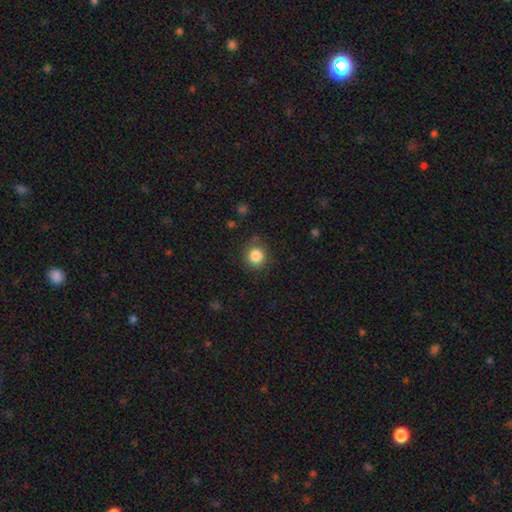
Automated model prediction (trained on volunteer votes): Smooth or featured: smooth — 85% (star or artifact — 11%)
How rounded: round — 89% (in between — 10%)
Merging: none — 84% (minor disturbance — 11%)